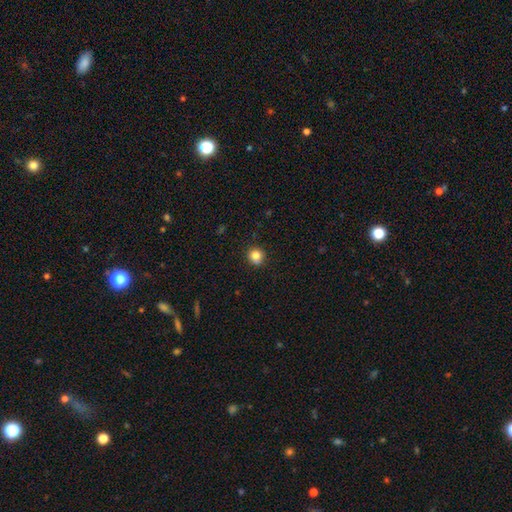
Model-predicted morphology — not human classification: smooth_or_featured: smooth (p=0.83) [alt: star or artifact p=0.11]
how_rounded: round (p=0.87) [alt: in between p=0.12]
merging: none (p=0.82) [alt: minor disturbance p=0.13]